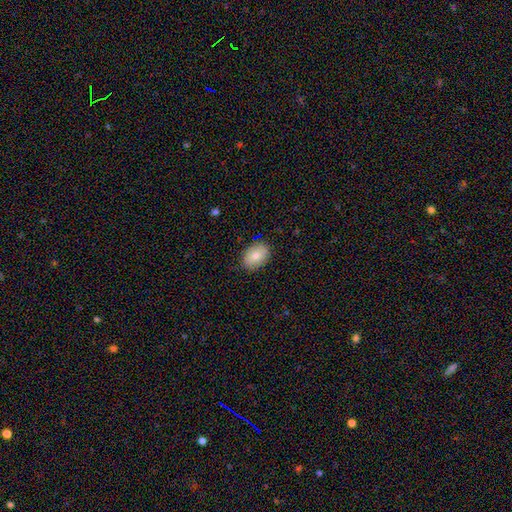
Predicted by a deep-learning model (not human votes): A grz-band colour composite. It shows a smooth galaxy with no disk features (78%) that is in between round and cigar-shaped (82%). Merging: none (85%).